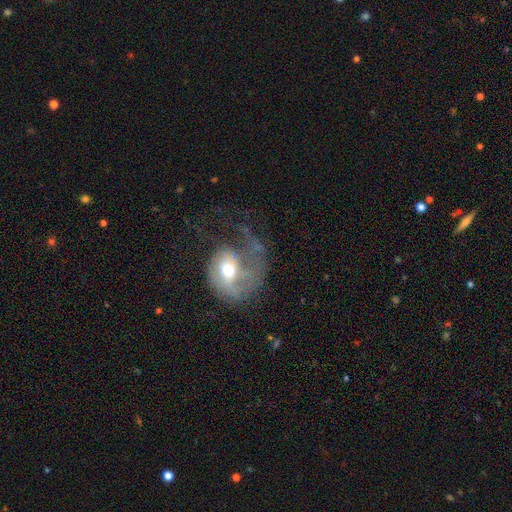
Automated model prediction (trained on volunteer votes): Q: Smooth or featured?
A: featured or disk (70%); runner-up: smooth (21%)
Q: Edge-on disk?
A: no (97%); runner-up: yes (3%)
Q: Bar?
A: no (59%); runner-up: weak (31%)
Q: Spiral arms?
A: yes (81%); runner-up: no (19%)
Q: Spiral winding?
A: loose (37%); runner-up: medium (36%)
Q: Spiral arm count?
A: 1 (69%); runner-up: 2 (17%)
Q: Bulge size?
A: moderate (71%); runner-up: small (16%)
Q: Merging?
A: major disturbance (49%); runner-up: none (30%)